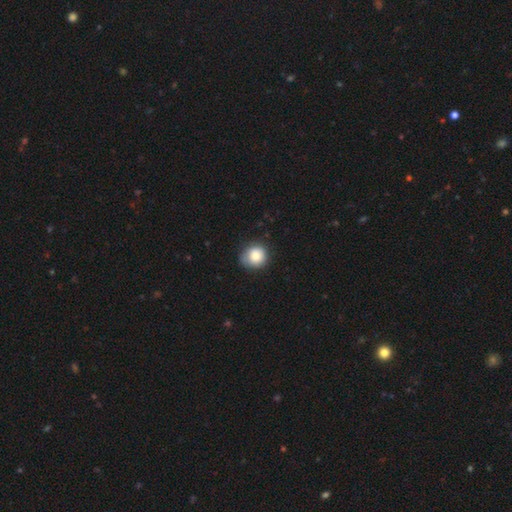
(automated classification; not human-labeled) smooth_or_featured: smooth (p=0.82) [alt: featured or disk p=0.09]
how_rounded: round (p=0.89) [alt: in between p=0.10]
merging: none (p=0.74) [alt: minor disturbance p=0.20]